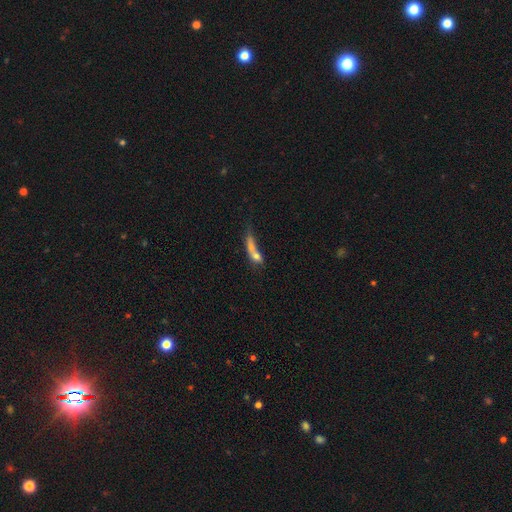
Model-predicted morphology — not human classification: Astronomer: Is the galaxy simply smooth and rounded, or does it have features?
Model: smooth — 58%.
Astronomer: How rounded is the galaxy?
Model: cigar-shaped — 47% (runner-up: in between, 40%).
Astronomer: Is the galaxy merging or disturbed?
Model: merger — 51%.